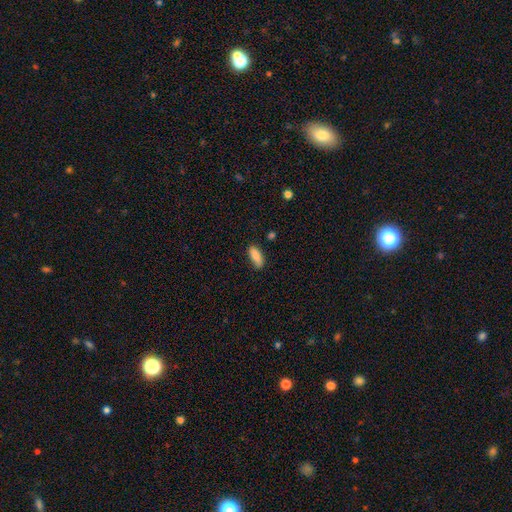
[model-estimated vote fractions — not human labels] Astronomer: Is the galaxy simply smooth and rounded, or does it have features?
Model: smooth — 86%.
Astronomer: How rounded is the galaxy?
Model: in between — 74%.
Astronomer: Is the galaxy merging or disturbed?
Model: none — 76%.